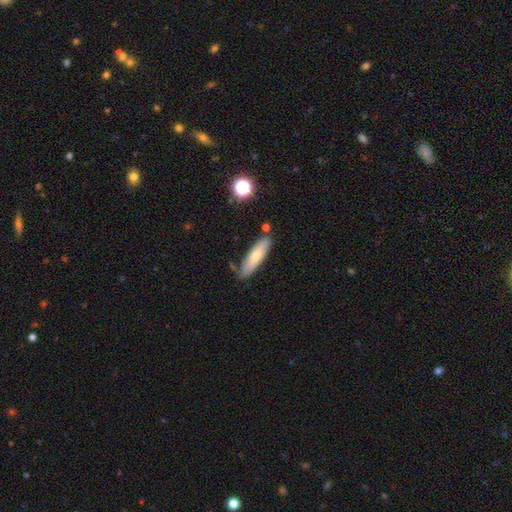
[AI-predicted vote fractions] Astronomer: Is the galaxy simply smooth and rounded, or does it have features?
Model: smooth — 63%.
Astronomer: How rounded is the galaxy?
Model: cigar-shaped — 65%.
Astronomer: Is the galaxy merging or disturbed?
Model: none — 77%.